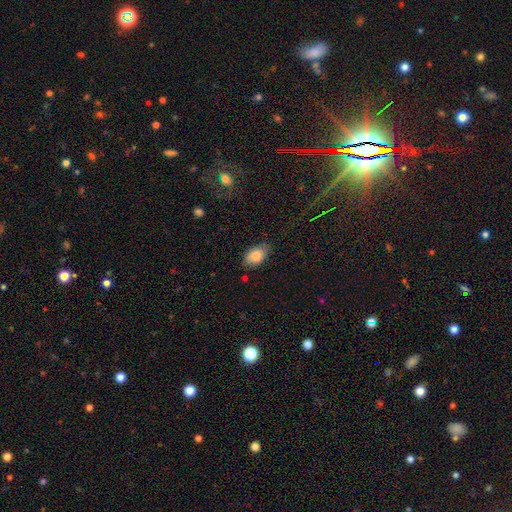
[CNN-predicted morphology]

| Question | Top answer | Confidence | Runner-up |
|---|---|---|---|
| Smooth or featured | smooth | 86% | star or artifact (7%) |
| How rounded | in between | 88% | round (11%) |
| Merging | none | 74% | minor disturbance (21%) |